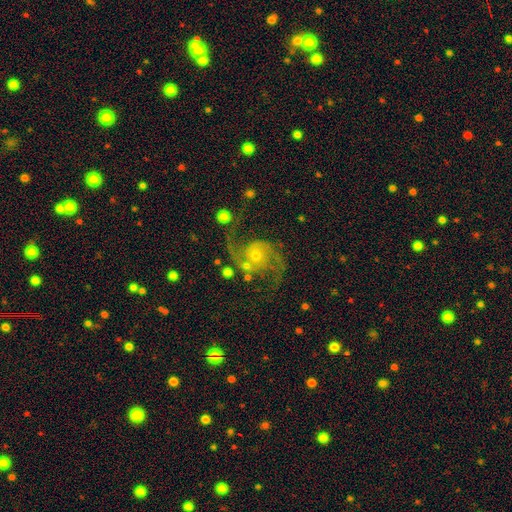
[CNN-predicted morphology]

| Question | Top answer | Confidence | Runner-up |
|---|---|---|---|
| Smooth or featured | featured or disk | 89% | star or artifact (6%) |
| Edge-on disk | no | 98% | yes (2%) |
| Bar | no | 73% | weak (22%) |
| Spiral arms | yes | 98% | no (2%) |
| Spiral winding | medium | 50% | loose (40%) |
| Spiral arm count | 2 | 93% | 3 (2%) |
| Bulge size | small | 55% | moderate (39%) |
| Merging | none | 69% | minor disturbance (15%) |